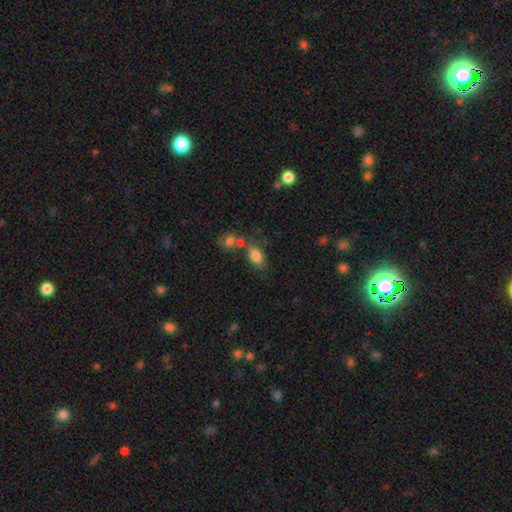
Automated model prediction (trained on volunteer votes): This appears to be a smooth galaxy with no disk features (81%) that is in between round and cigar-shaped (87%). Merging: none (54%).